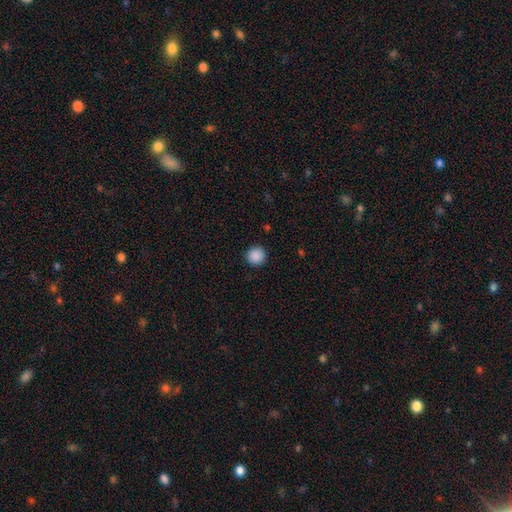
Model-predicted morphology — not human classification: smooth 89%, star or artifact 9%, featured or disk 2%. Down the decision tree: how rounded — round (94%); merging — none (91%).